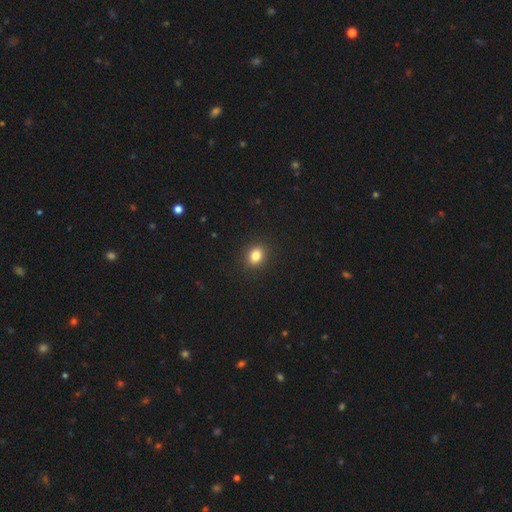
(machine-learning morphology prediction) Overall: smooth (84%). How rounded: round (53%; in between 46%). Merging: none (91%).